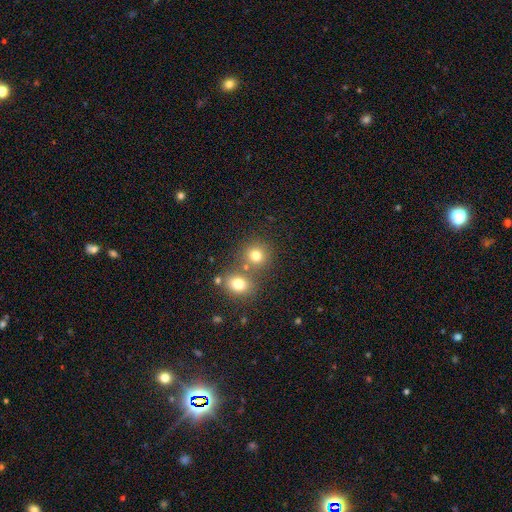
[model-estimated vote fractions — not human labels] smooth 77%, star or artifact 14%, featured or disk 8%. Down the decision tree: how rounded — round (83%); merging — none (63%).